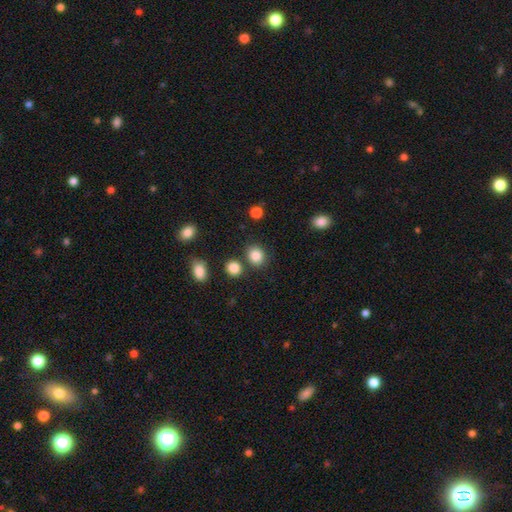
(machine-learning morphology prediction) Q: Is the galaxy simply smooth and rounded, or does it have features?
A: smooth — 85%.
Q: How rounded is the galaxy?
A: round — 72%.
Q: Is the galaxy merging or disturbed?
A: none — 79%.